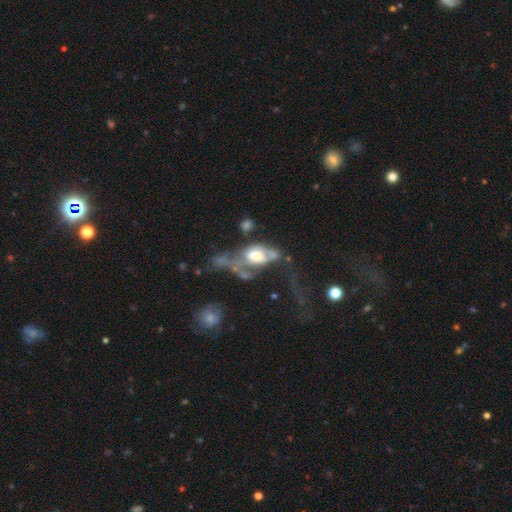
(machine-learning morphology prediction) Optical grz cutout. It shows a featured or disk galaxy (57%) with no bar (71%), no spiral arms (62%) and a moderate central bulge (46%). Merging: major disturbance (49%).